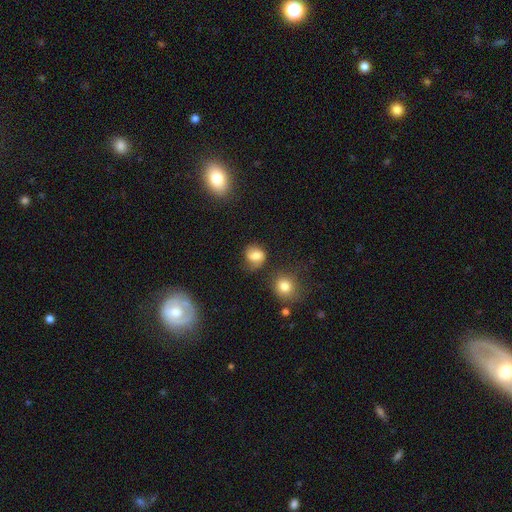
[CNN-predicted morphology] Smooth or featured?
  - smooth: 63% *
  - featured or disk: 25%
  - star or artifact: 12%
How rounded?
  - round: 67% *
  - in between: 32%
  - cigar-shaped: 1%
Merging?
  - none: 57% *
  - minor disturbance: 25%
  - major disturbance: 12%
  - merger: 6%